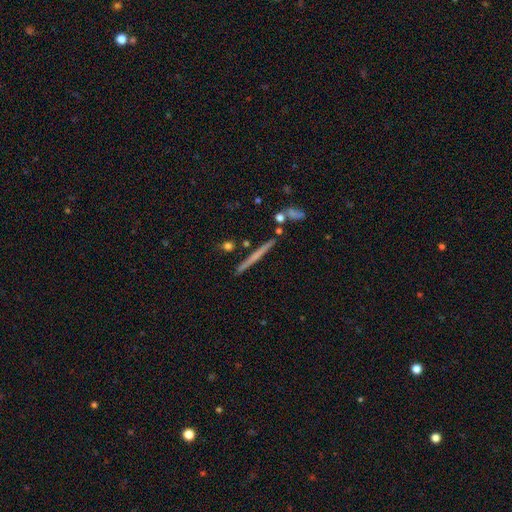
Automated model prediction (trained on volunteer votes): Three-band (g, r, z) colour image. It shows a featured or disk galaxy (54%) viewed edge-on (97%) with no central bulge (86%). Merging: none (89%).